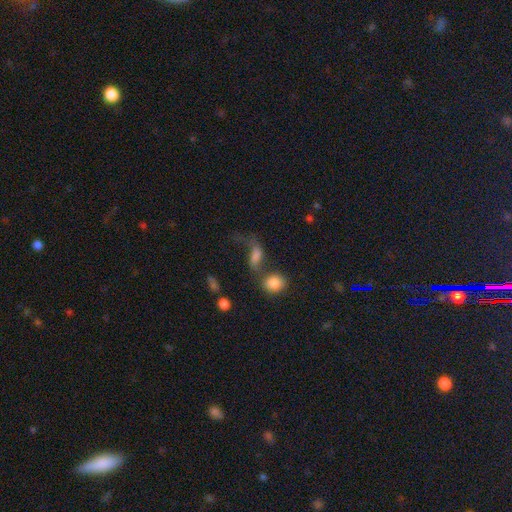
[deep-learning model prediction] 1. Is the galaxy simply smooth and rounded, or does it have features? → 55% smooth, 29% featured or disk, 16% star or artifact.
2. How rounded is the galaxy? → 69% in between, 19% round, 12% cigar-shaped.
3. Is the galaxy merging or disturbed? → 33% merger, 28% none, 25% major disturbance, 14% minor disturbance.